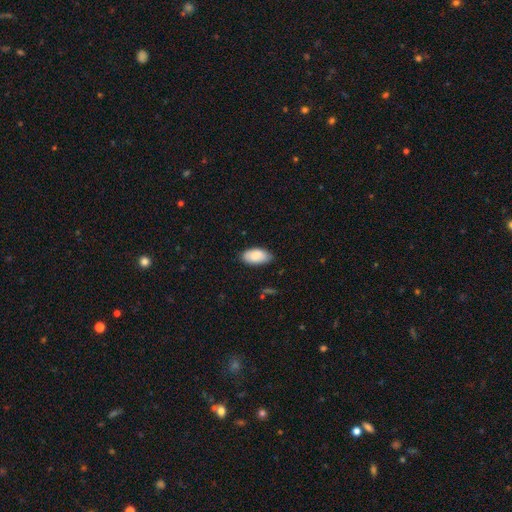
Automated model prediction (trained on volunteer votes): A smooth galaxy with no disk features (85%) that is in between round and cigar-shaped (95%). Merging: none (80%).